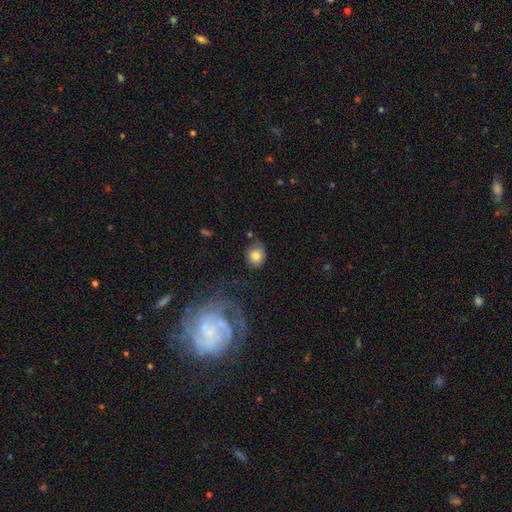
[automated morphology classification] Smooth or featured? Predicted: smooth (p=0.82). How rounded? Predicted: round (p=0.77). Merging? Predicted: none (p=0.70).